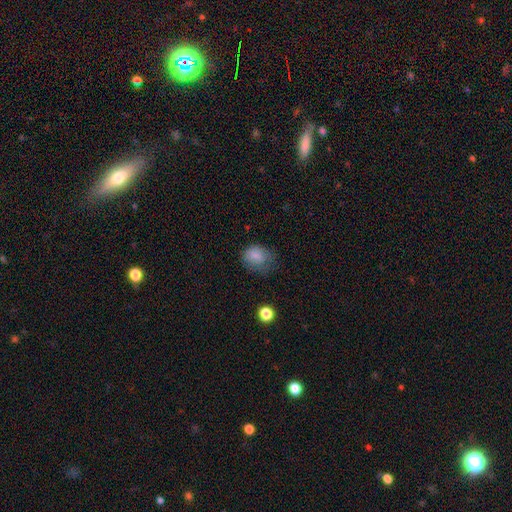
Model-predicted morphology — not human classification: A smooth galaxy with no disk features (81%) that is in between round and cigar-shaped (58%).

Vote fractions:
- Smooth or featured? smooth: 81% / star or artifact: 10% / featured or disk: 9%
- How rounded? in between: 58% / round: 41% / cigar-shaped: 1%
- Merging? none: 47% / minor disturbance: 33% / major disturbance: 18% / merger: 2%